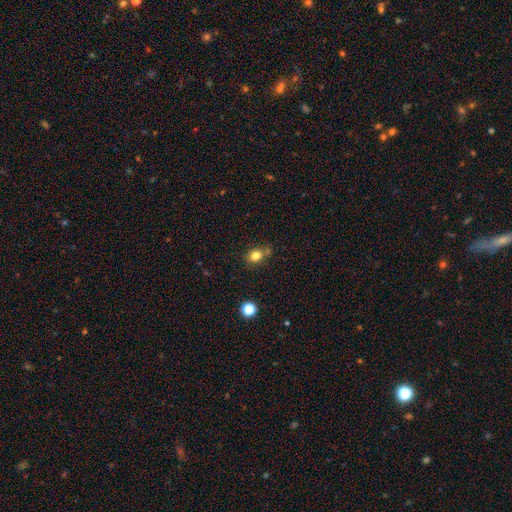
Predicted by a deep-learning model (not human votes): smooth_or_featured: smooth (p=0.81) [alt: star or artifact p=0.12]
how_rounded: in between (p=0.53) [alt: round p=0.46]
merging: none (p=0.69) [alt: minor disturbance p=0.17]